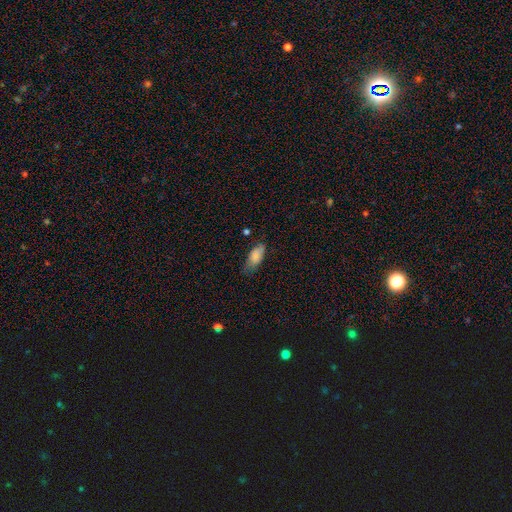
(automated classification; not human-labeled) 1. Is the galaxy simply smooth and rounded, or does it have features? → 83% smooth, 10% featured or disk, 7% star or artifact.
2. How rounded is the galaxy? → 84% in between, 13% cigar-shaped, 2% round.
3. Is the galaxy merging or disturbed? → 58% none, 31% minor disturbance, 9% major disturbance, 2% merger.